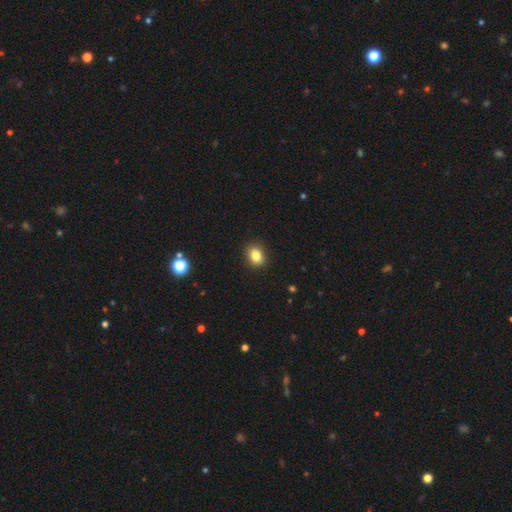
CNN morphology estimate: This is clearly a smooth galaxy (83%). How rounded: possibly in between (56%). Merging: clearly none (90%).